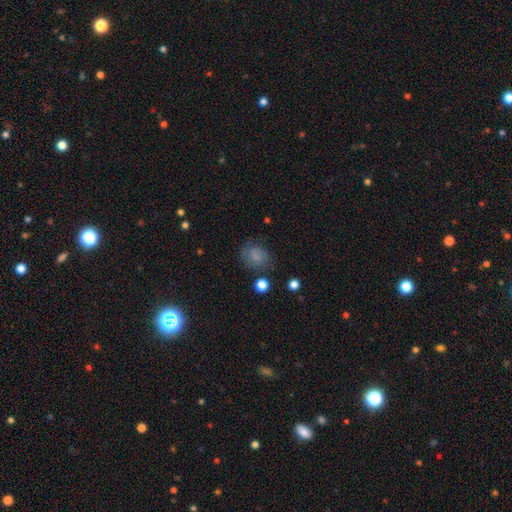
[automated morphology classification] Q: Smooth or featured?
A: smooth (74%); runner-up: star or artifact (14%)
Q: How rounded?
A: round (58%); runner-up: in between (41%)
Q: Merging?
A: none (65%); runner-up: minor disturbance (21%)